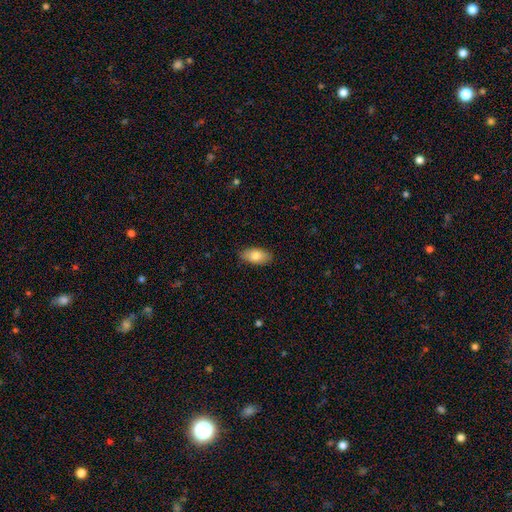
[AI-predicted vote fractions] Overall: smooth (81%). How rounded: in between (92%). Merging: none (86%).